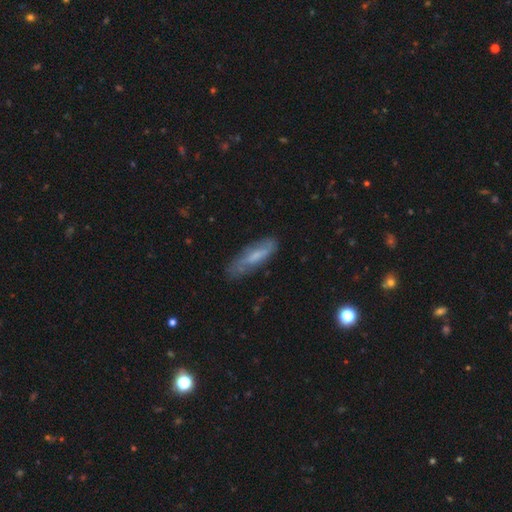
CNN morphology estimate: type=smooth (55%); roundness=cigar-shaped (60%); merging=none (70%).